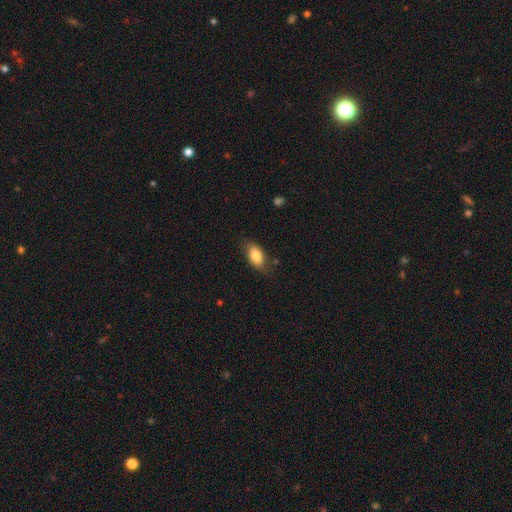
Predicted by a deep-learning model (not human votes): Morphology: type=smooth (82%); roundness=in between (88%); merging=none (76%).